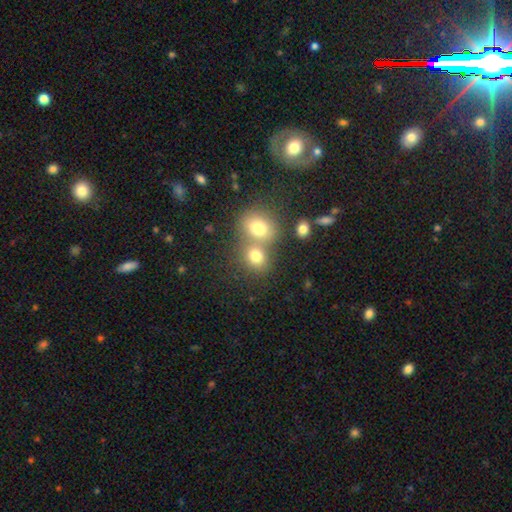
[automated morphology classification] type=smooth (77%); roundness=round (69%); merging=merger (47%).